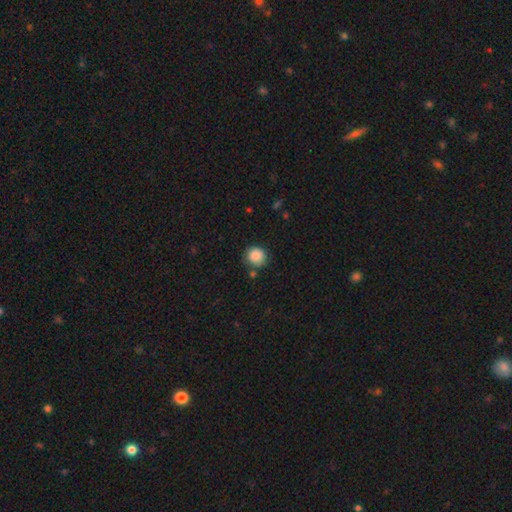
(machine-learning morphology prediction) Smooth or featured?
  - smooth: 87% *
  - star or artifact: 9%
  - featured or disk: 4%
How rounded?
  - round: 87% *
  - in between: 12%
  - cigar-shaped: 1%
Merging?
  - none: 77% *
  - minor disturbance: 14%
  - merger: 6%
  - major disturbance: 3%